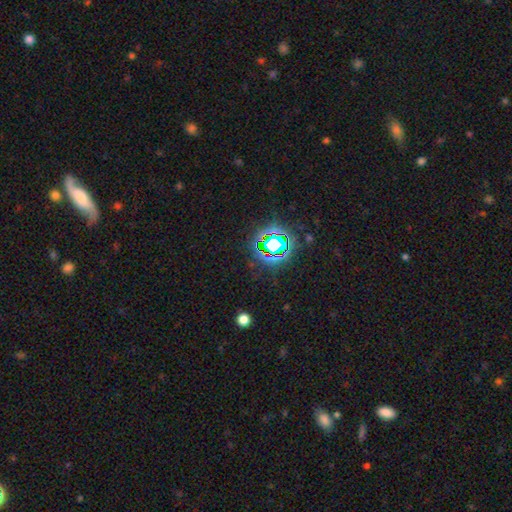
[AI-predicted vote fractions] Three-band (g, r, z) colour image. It shows a star or artifact, not a galaxy (76%).